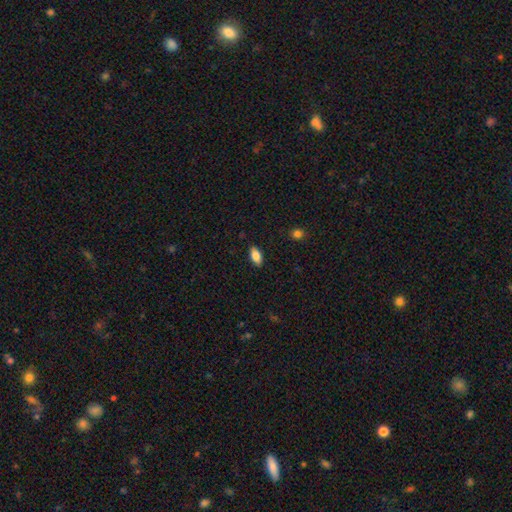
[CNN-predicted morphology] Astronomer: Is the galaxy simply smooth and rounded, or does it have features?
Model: smooth — 84%.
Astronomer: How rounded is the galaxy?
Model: in between — 90%.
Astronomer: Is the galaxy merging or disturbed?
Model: none — 88%.